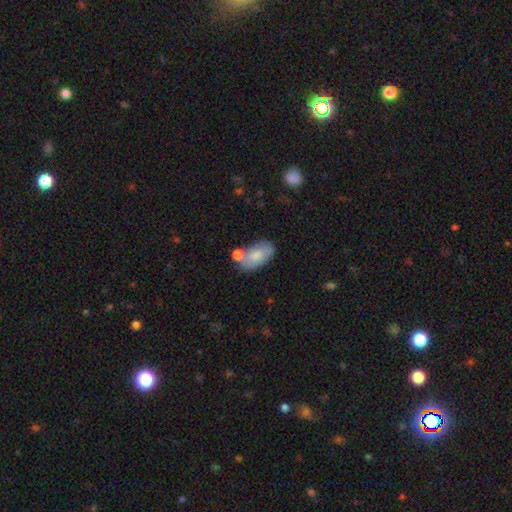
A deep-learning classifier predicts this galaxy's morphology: A smooth galaxy with no disk features (74%) that is in between round and cigar-shaped (93%). Merging: none (51%).